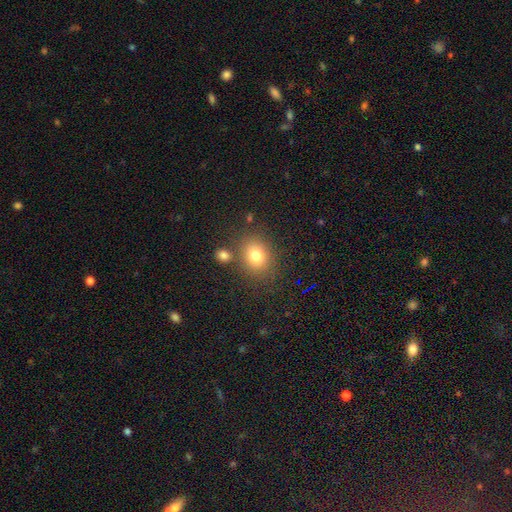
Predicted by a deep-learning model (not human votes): This appears to be a smooth galaxy with no disk features (79%) that is in between round and cigar-shaped (54%). Merging: none (75%).